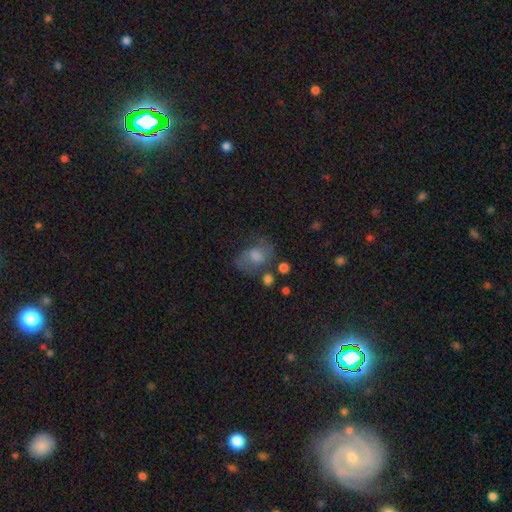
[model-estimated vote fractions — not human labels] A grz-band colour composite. It shows a featured or disk galaxy (43%). Merging: none (54%).